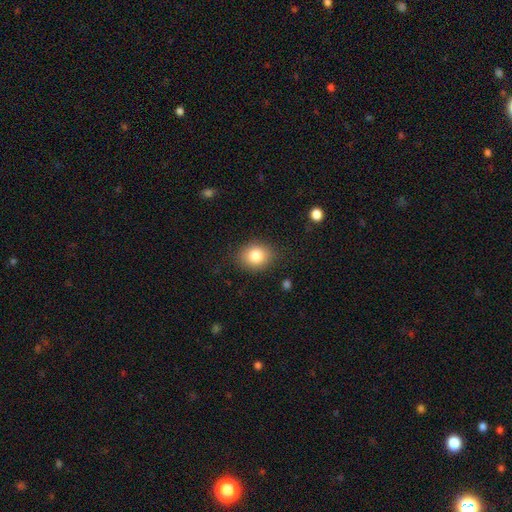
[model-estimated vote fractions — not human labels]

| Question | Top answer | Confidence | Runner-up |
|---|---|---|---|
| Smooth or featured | smooth | 83% | star or artifact (9%) |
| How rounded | round | 57% | in between (42%) |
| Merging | none | 84% | minor disturbance (11%) |